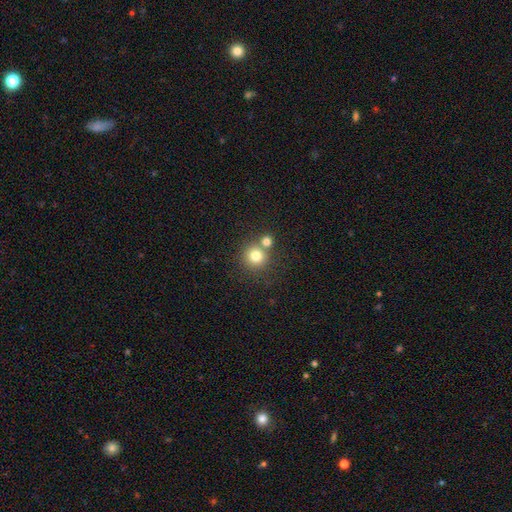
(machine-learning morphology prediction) Smooth or featured? Predicted: smooth (p=0.79). How rounded? Predicted: round (p=0.93). Merging? Predicted: none (p=0.61).